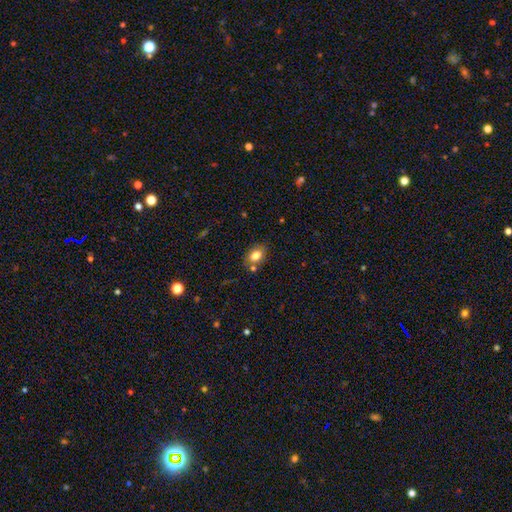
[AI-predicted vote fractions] A smooth galaxy with no disk features (81%) that is in between round and cigar-shaped (75%). Merging: none (72%).